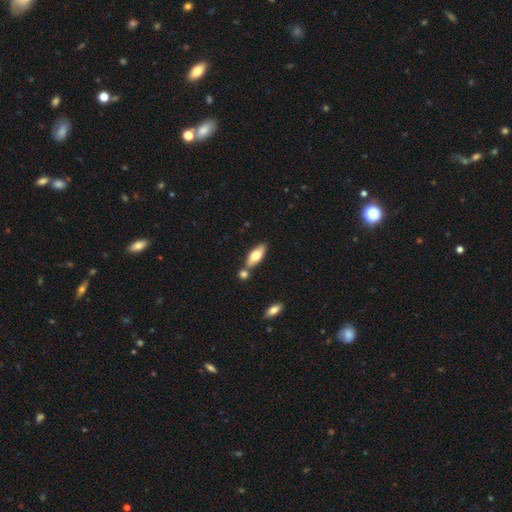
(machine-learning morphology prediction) A smooth galaxy with no disk features (70%) that is in between round and cigar-shaped (76%). Merging: none (66%).